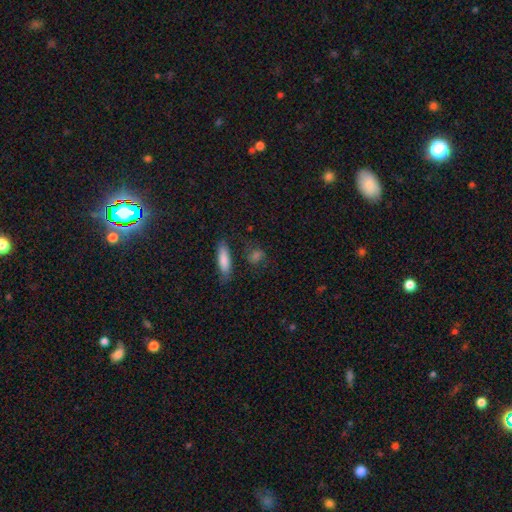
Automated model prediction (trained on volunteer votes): Smooth or featured?
  - smooth: 66% *
  - star or artifact: 18%
  - featured or disk: 15%
How rounded?
  - in between: 48% *
  - cigar-shaped: 29%
  - round: 24%
Merging?
  - none: 72% *
  - minor disturbance: 16%
  - major disturbance: 6%
  - merger: 6%